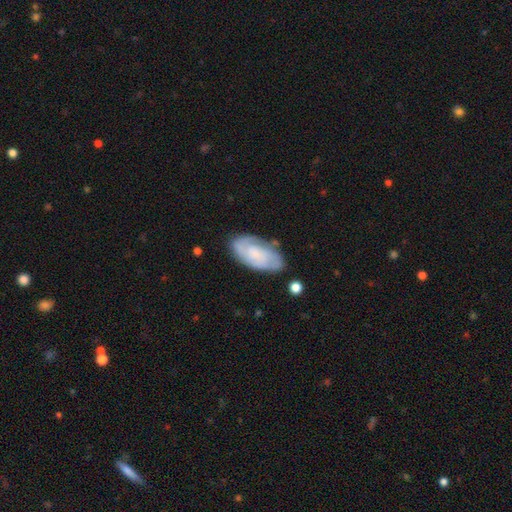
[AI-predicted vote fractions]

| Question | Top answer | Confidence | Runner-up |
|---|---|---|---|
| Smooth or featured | featured or disk | 59% | smooth (34%) |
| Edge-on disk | no | 94% | yes (6%) |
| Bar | no | 70% | weak (25%) |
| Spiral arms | yes | 87% | no (13%) |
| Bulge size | small | 42% | none (27%) |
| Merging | none | 74% | minor disturbance (18%) |